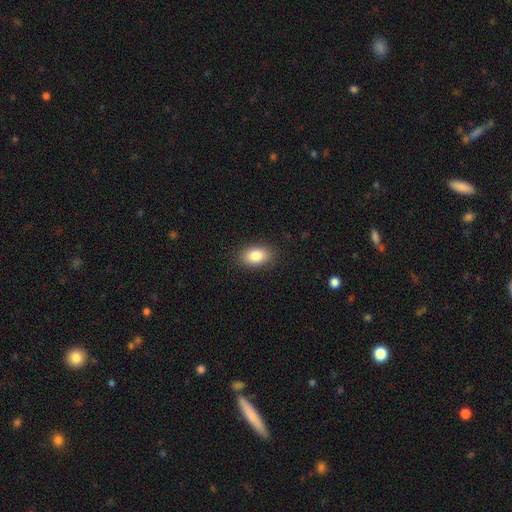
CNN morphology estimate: This appears to be a smooth galaxy with no disk features (84%) that is in between round and cigar-shaped (88%). Merging: none (87%).